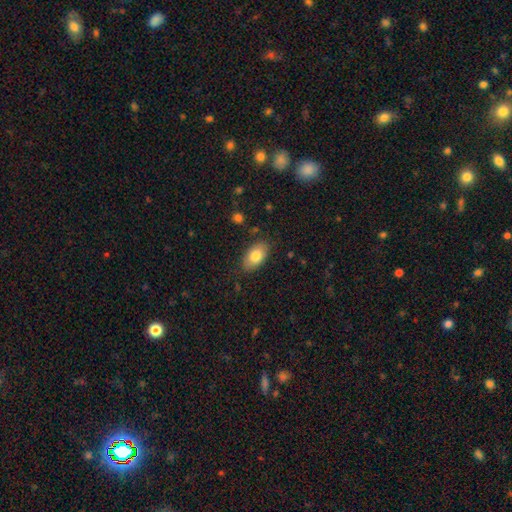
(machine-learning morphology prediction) smooth-or-featured: smooth: 81% | featured or disk: 12% | star or artifact: 7%
  how-rounded: in between: 92% | round: 5% | cigar-shaped: 2%
  merging: none: 83% | minor disturbance: 13% | major disturbance: 3% | merger: 1%